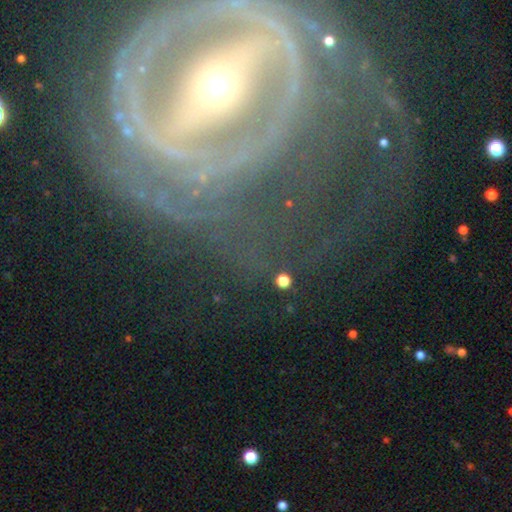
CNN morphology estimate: smooth_or_featured: featured or disk (p=0.85) [alt: star or artifact p=0.08]
disk_edge_on: no (p=0.91) [alt: yes p=0.09]
bar: strong (p=0.71) [alt: weak p=0.18]
has_spiral_arms: yes (p=0.81) [alt: no p=0.19]
spiral_winding: tight (p=0.63) [alt: medium p=0.26]
spiral_arm_count: 2 (p=0.34) [alt: can't tell p=0.31]
bulge_size: small (p=0.61) [alt: moderate p=0.32]
merging: none (p=0.66) [alt: major disturbance p=0.17]